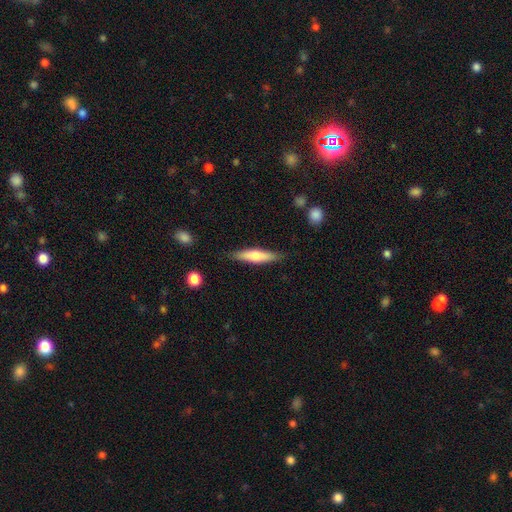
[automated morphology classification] The model was most divided on "smooth or featured": smooth: 58%, featured or disk: 36%, star or artifact: 6%. More confident: merging — none (86%); how rounded — cigar-shaped (76%).